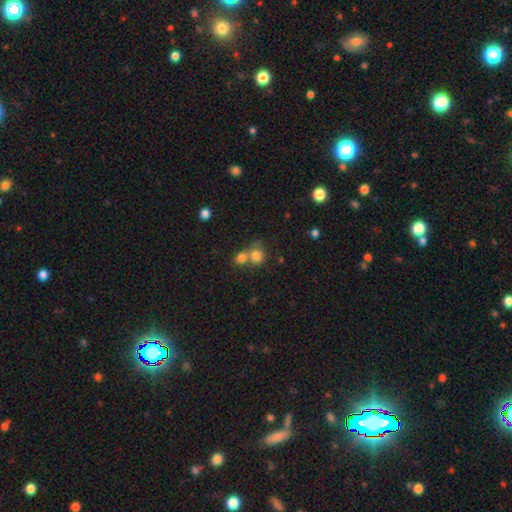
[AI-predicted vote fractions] Smooth or featured?
  - smooth: 78% *
  - star or artifact: 12%
  - featured or disk: 10%
How rounded?
  - round: 79% *
  - in between: 20%
  - cigar-shaped: 1%
Merging?
  - merger: 53% *
  - none: 37%
  - minor disturbance: 7%
  - major disturbance: 3%